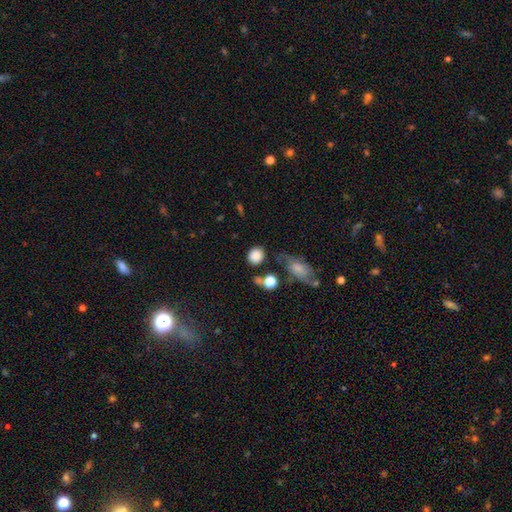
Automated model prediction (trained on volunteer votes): Smooth or featured? smooth (85%)
How rounded? round (70%)
Merging? none (67%)